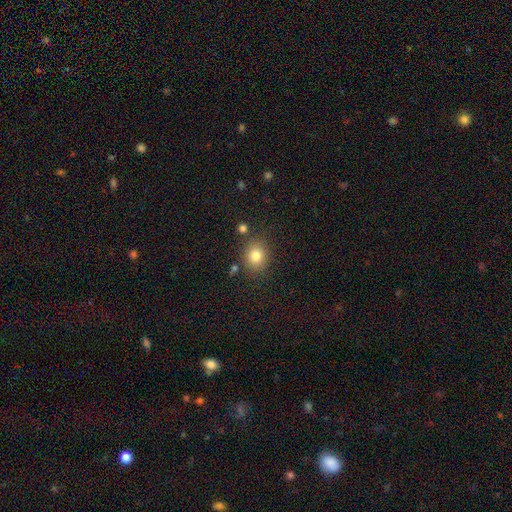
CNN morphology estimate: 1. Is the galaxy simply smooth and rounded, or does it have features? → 81% smooth, 12% star or artifact, 7% featured or disk.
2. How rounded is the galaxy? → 70% round, 29% in between, 1% cigar-shaped.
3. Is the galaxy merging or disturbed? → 82% none, 10% minor disturbance, 5% merger, 3% major disturbance.